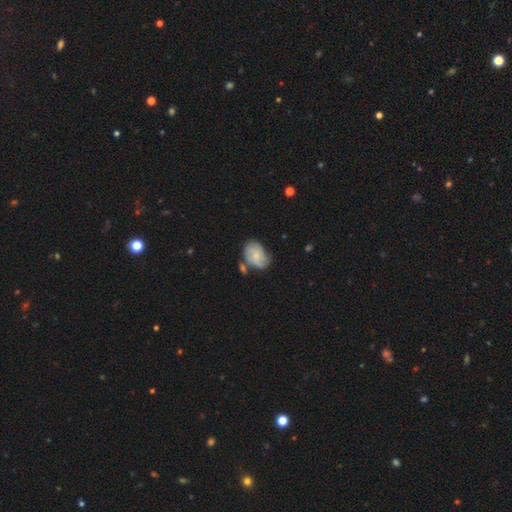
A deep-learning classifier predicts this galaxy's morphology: smooth_or_featured: featured or disk (p=0.48) [alt: smooth p=0.45]
merging: none (p=0.51) [alt: minor disturbance p=0.27]